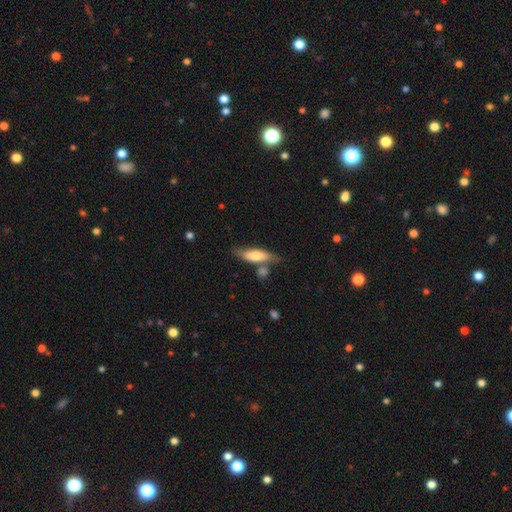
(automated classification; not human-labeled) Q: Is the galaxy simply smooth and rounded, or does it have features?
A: smooth — 65%.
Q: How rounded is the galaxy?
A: cigar-shaped — 49%, tied with in between.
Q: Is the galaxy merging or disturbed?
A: none — 54%.